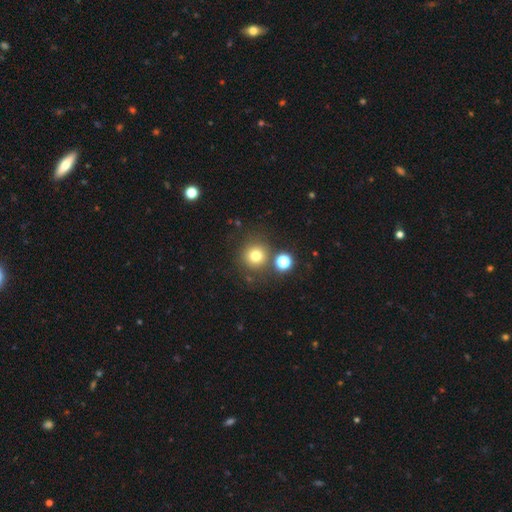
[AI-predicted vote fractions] Smooth or featured? Predicted: smooth (p=0.76). How rounded? Predicted: round (p=0.93). Merging? Predicted: none (p=0.77).